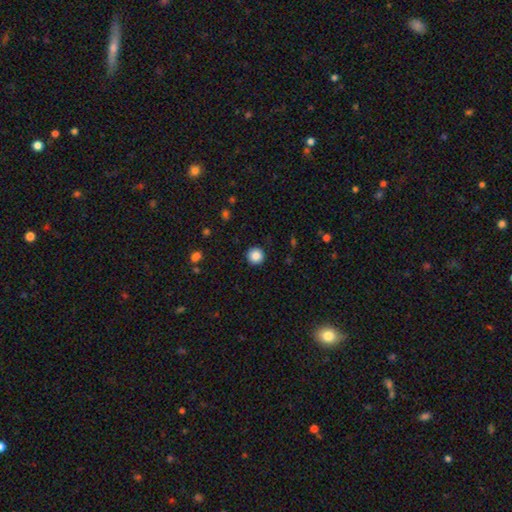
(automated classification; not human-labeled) smooth-or-featured: smooth: 86% | star or artifact: 10% | featured or disk: 4%
  how-rounded: round: 96% | in between: 3% | cigar-shaped: 1%
  merging: none: 93% | minor disturbance: 5% | major disturbance: 2% | merger: 1%